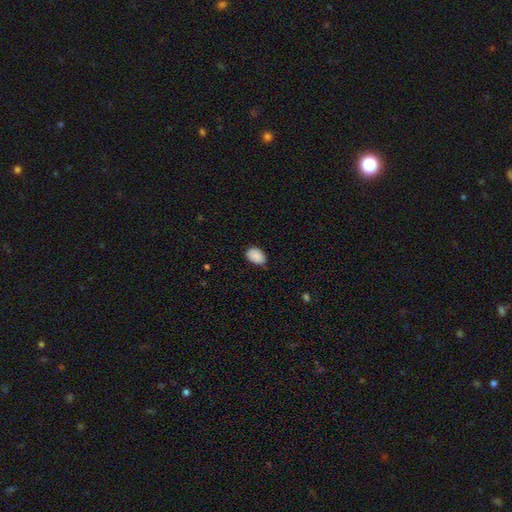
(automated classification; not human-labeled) smooth 89%, star or artifact 7%, featured or disk 3%. Down the decision tree: how rounded — in between (87%); merging — none (76%).